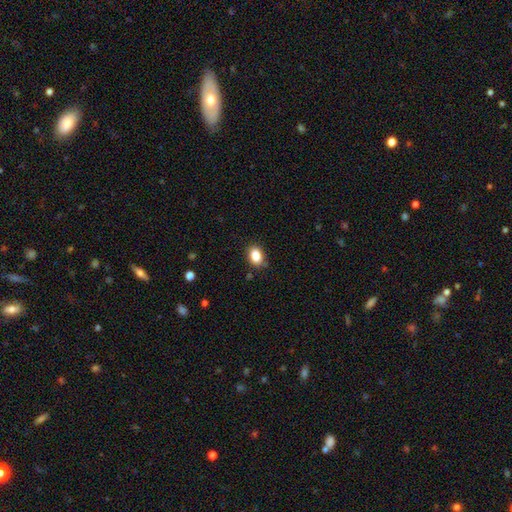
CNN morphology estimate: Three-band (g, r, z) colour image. It shows a smooth galaxy with no disk features (86%) that is in between round and cigar-shaped (79%). Merging: none (81%).